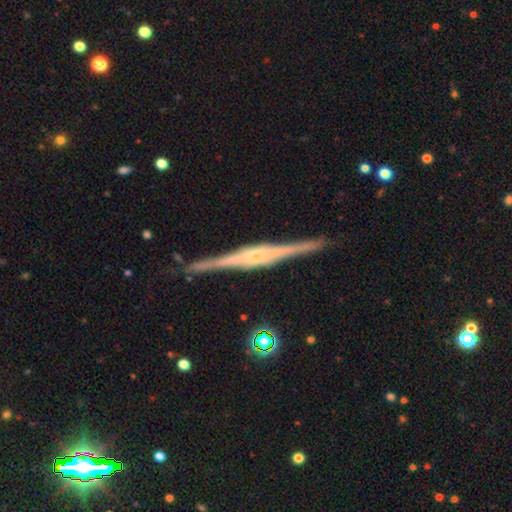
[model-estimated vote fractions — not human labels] smooth_or_featured: featured or disk (p=0.88) [alt: smooth p=0.07]
disk_edge_on: yes (p=0.98) [alt: no p=0.02]
edge_on_bulge: boxy (p=0.48) [alt: rounded p=0.42]
merging: none (p=0.90) [alt: minor disturbance p=0.07]